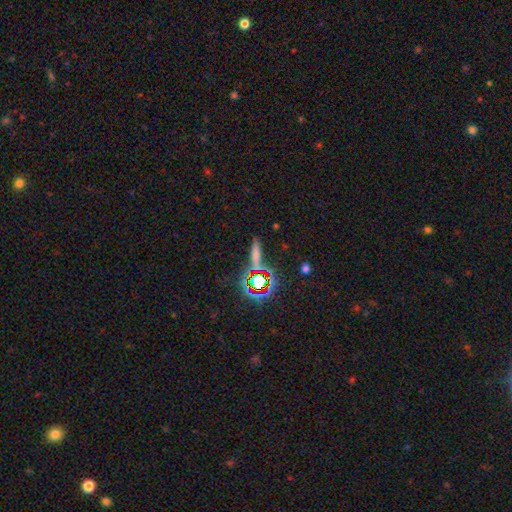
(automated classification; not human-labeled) A smooth galaxy with no disk features (54%) that is cigar-shaped (75%). Merging: none (71%).